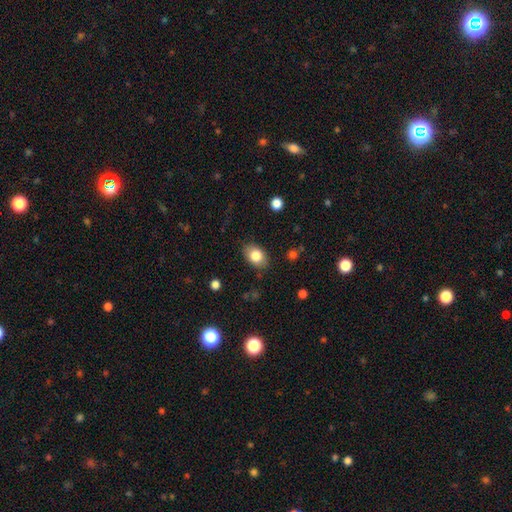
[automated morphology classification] This is clearly a smooth galaxy (82%). How rounded: likely in between (80%). Merging: clearly none (83%).